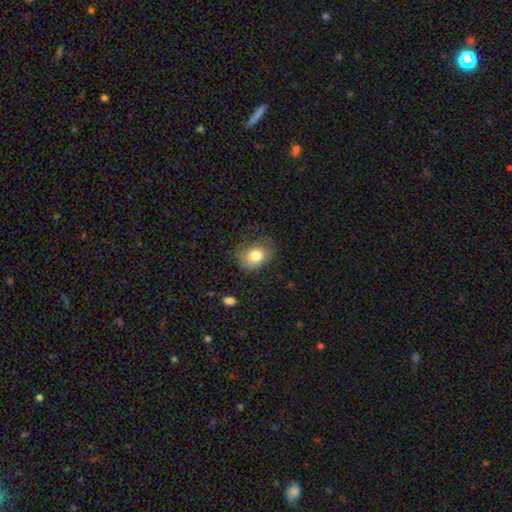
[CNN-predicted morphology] Smooth or featured? Predicted: smooth (p=0.79). How rounded? Predicted: round (p=0.52). Merging? Predicted: none (p=0.59).